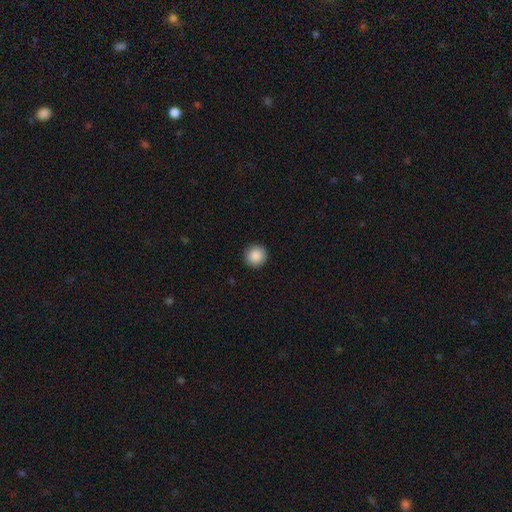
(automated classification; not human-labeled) Morphology: type=smooth (88%); roundness=round (95%); merging=none (93%).